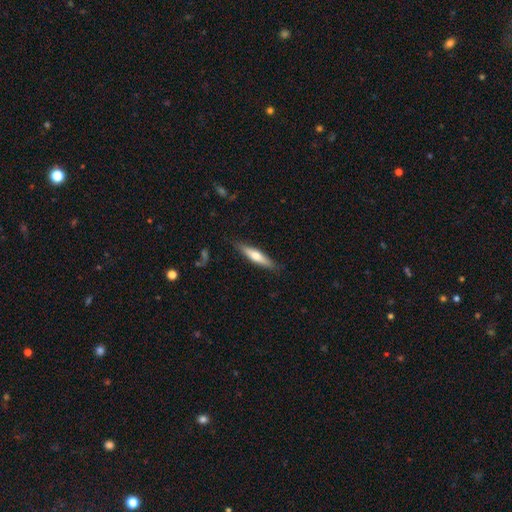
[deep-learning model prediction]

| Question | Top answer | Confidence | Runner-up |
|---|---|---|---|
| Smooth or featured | smooth | 55% | featured or disk (39%) |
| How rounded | cigar-shaped | 82% | in between (17%) |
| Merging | none | 84% | minor disturbance (12%) |